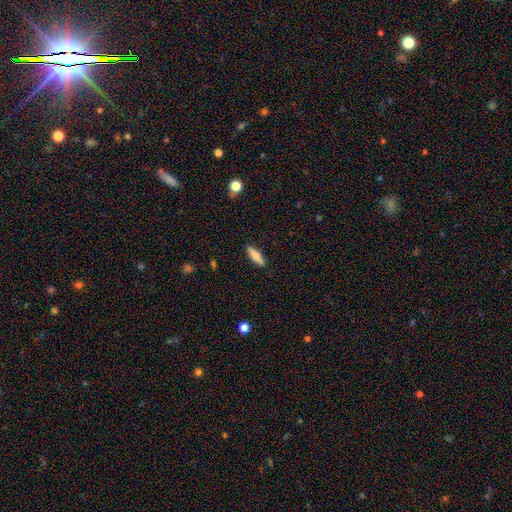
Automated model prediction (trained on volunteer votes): Q: Smooth or featured?
A: smooth (70%); runner-up: featured or disk (23%)
Q: How rounded?
A: cigar-shaped (74%); runner-up: in between (24%)
Q: Merging?
A: none (90%); runner-up: minor disturbance (8%)